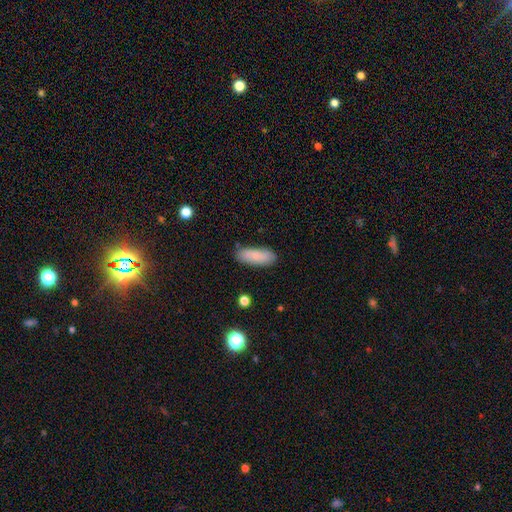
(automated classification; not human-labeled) The model was most divided on "how rounded": in between: 70%, cigar-shaped: 28%, round: 2%. More confident: merging — none (83%); smooth or featured — smooth (83%).